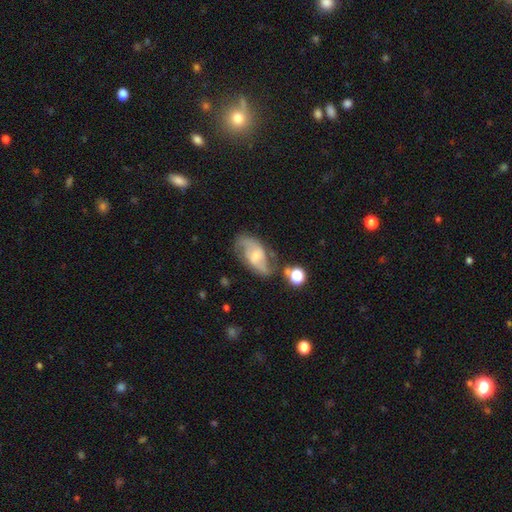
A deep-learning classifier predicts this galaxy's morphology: featured or disk 76%, smooth 16%, star or artifact 7%. Down the decision tree: edge-on disk — no (95%); bar — weak (49%); spiral arms — yes (91%); spiral arm count — 2 (83%); spiral winding — medium (47%); bulge size — moderate (44%, tied with small); merging — none (59%).